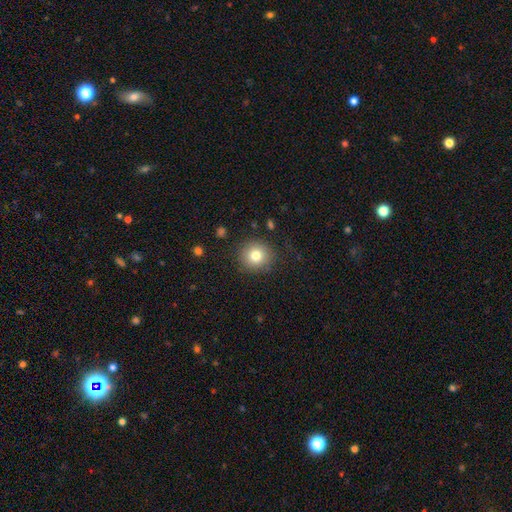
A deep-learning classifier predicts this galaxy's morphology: Smooth or featured: smooth — 79% (star or artifact — 11%)
How rounded: round — 92% (in between — 7%)
Merging: none — 88% (minor disturbance — 8%)